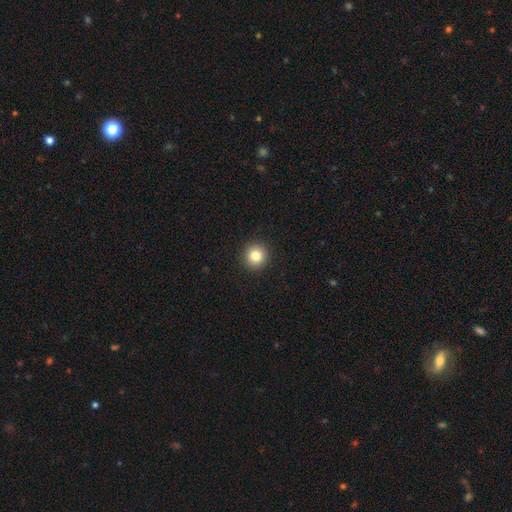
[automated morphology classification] Overall: smooth (84%). How rounded: round (93%). Merging: none (93%).